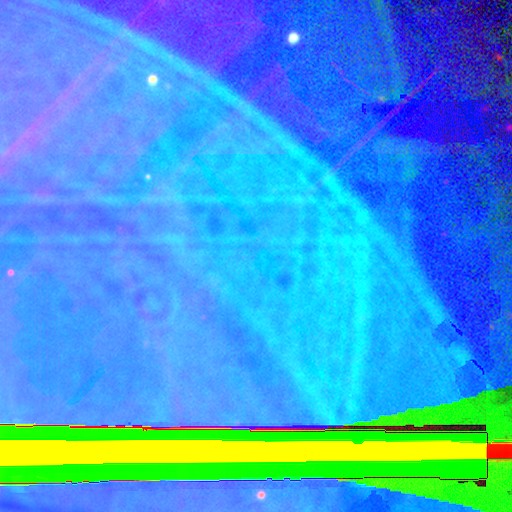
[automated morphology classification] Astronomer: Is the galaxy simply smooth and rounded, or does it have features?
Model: star or artifact — 87%.